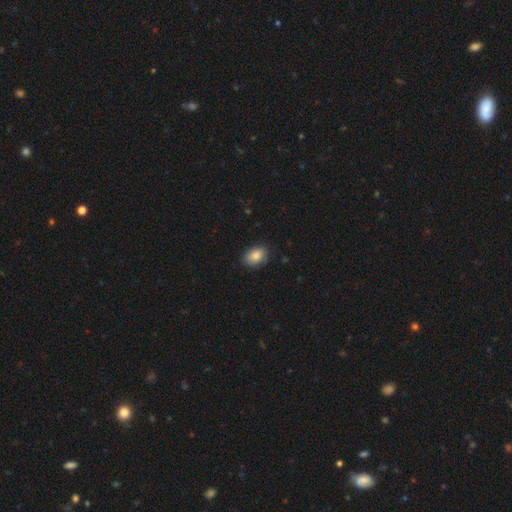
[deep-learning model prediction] This appears to be a smooth galaxy with no disk features (85%) that is in between round and cigar-shaped (80%). Merging: none (81%).